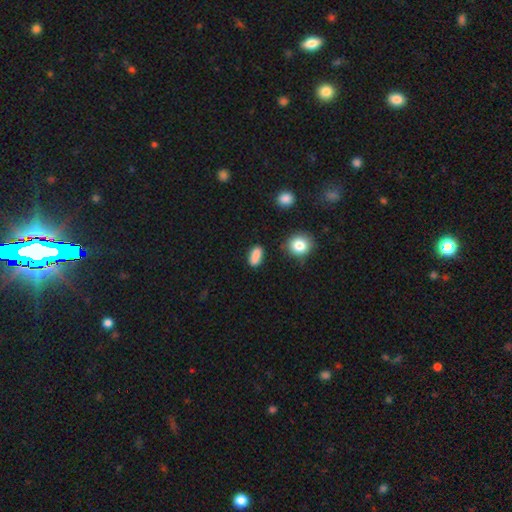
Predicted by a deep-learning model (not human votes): A smooth galaxy with no disk features (85%) that is in between round and cigar-shaped (79%).

Vote fractions:
- Smooth or featured? smooth: 85% / star or artifact: 10% / featured or disk: 5%
- How rounded? in between: 79% / cigar-shaped: 12% / round: 8%
- Merging? none: 79% / minor disturbance: 14% / merger: 4% / major disturbance: 3%